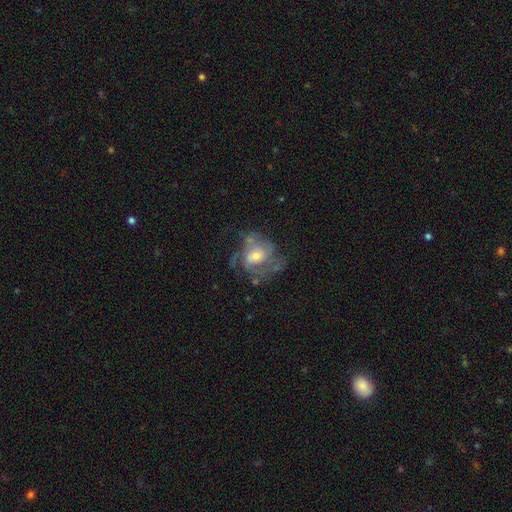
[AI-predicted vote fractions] Smooth or featured?
  - featured or disk: 77% *
  - smooth: 16%
  - star or artifact: 8%
Edge-on disk?
  - no: 98% *
  - yes: 2%
Bar?
  - no: 66% *
  - weak: 28%
  - strong: 6%
Spiral arms?
  - yes: 84% *
  - no: 16%
Spiral winding?
  - medium: 45% *
  - tight: 38%
  - loose: 18%
Spiral arm count?
  - 2: 31% *
  - can't tell: 29%
  - 3: 23%
  - 1: 6%
  - 4: 6%
  - more than 4: 4%
Bulge size?
  - moderate: 53% *
  - small: 37%
  - large: 7%
  - none: 2%
  - dominant: 1%
Merging?
  - none: 50% *
  - major disturbance: 25%
  - minor disturbance: 21%
  - merger: 4%